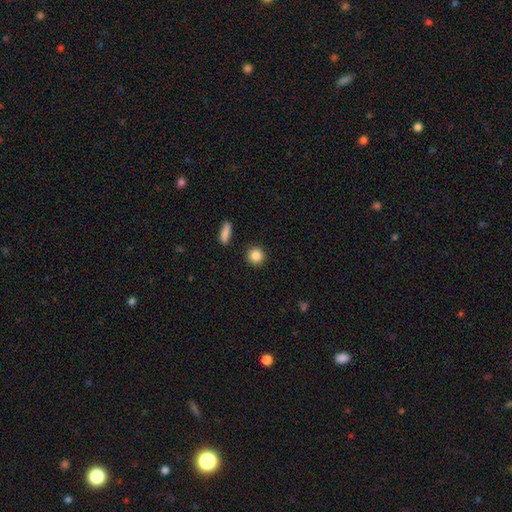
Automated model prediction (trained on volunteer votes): A smooth galaxy with no disk features (86%) that is round (92%). Merging: none (91%).